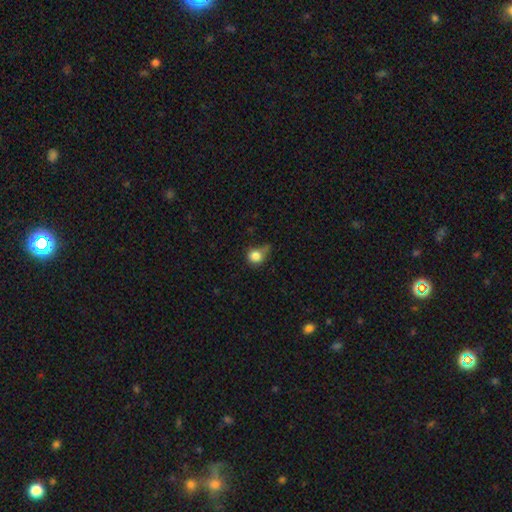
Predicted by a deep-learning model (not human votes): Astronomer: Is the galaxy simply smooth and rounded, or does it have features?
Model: smooth — 82%.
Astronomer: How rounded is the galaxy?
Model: round — 81%.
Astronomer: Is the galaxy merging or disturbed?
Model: none — 43% (runner-up: minor disturbance, 33%).